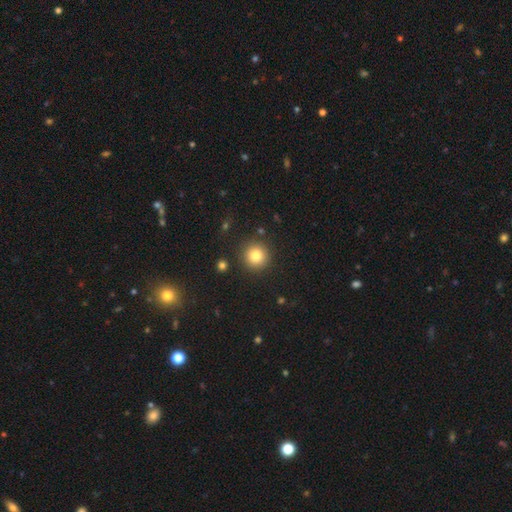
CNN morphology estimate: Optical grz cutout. It shows a smooth galaxy with no disk features (82%) that is round (95%). Merging: none (90%).